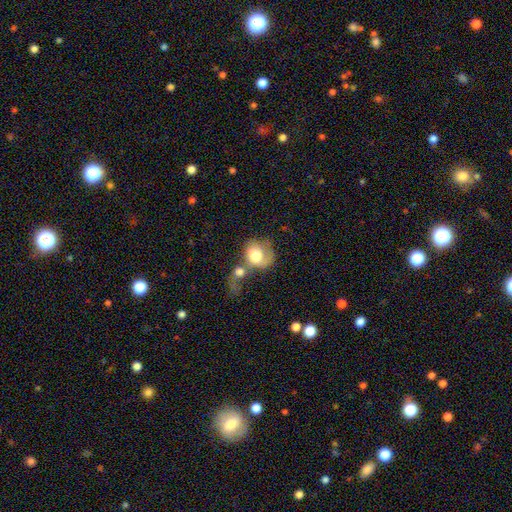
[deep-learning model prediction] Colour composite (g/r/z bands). It shows a smooth galaxy with no disk features (60%) that is round (66%). Merging: merger (51%).